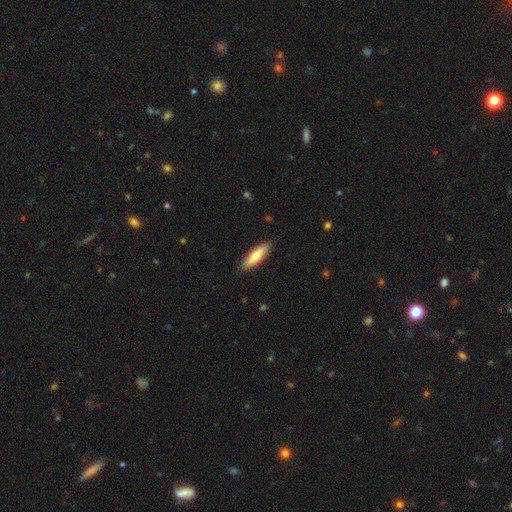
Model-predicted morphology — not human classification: Smooth or featured: smooth — 70% (featured or disk — 25%)
How rounded: cigar-shaped — 56% (in between — 42%)
Merging: none — 88% (minor disturbance — 9%)